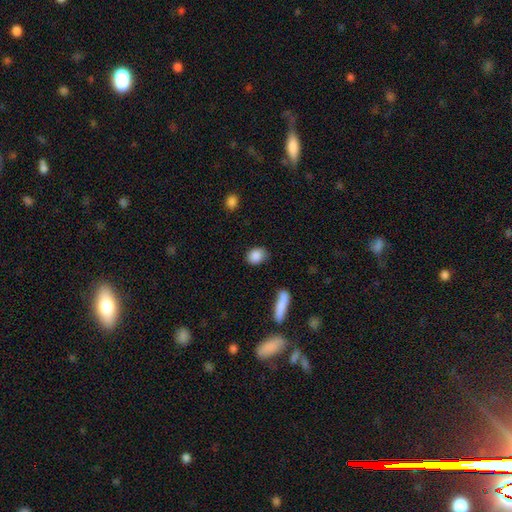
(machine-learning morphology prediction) Smooth or featured? Predicted: smooth (p=0.87). How rounded? Predicted: in between (p=0.49, tied with round). Merging? Predicted: none (p=0.76).